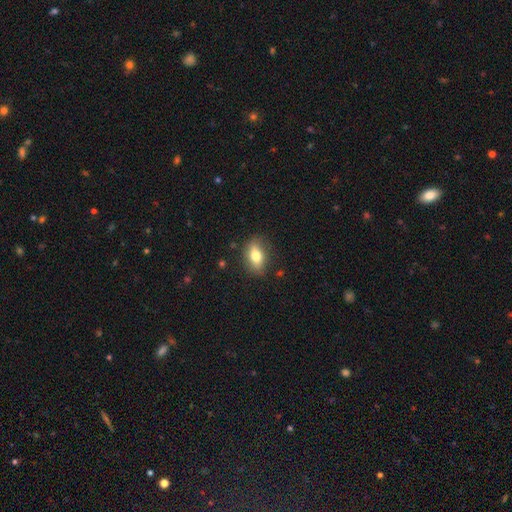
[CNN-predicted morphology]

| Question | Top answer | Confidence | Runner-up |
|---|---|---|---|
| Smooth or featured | smooth | 71% | featured or disk (21%) |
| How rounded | in between | 81% | round (13%) |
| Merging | none | 81% | minor disturbance (14%) |